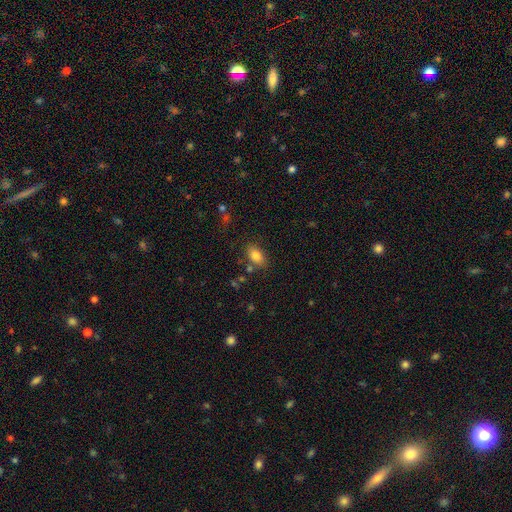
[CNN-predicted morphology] Smooth or featured: smooth — 83% (star or artifact — 9%)
How rounded: in between — 89% (round — 9%)
Merging: none — 78% (minor disturbance — 13%)